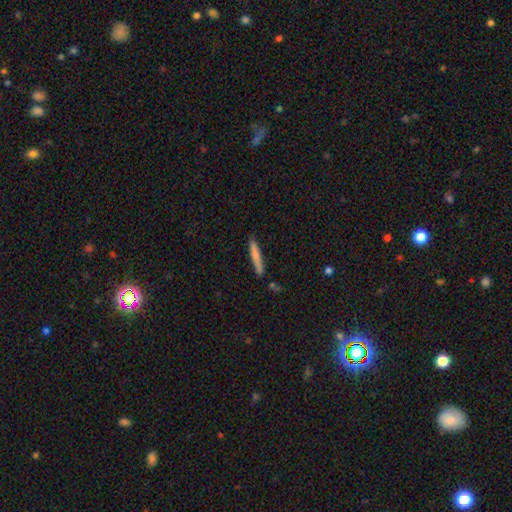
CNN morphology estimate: Smooth or featured?
  - smooth: 74% *
  - featured or disk: 20%
  - star or artifact: 6%
How rounded?
  - cigar-shaped: 94% *
  - in between: 4%
  - round: 1%
Merging?
  - none: 82% *
  - minor disturbance: 12%
  - merger: 3%
  - major disturbance: 2%